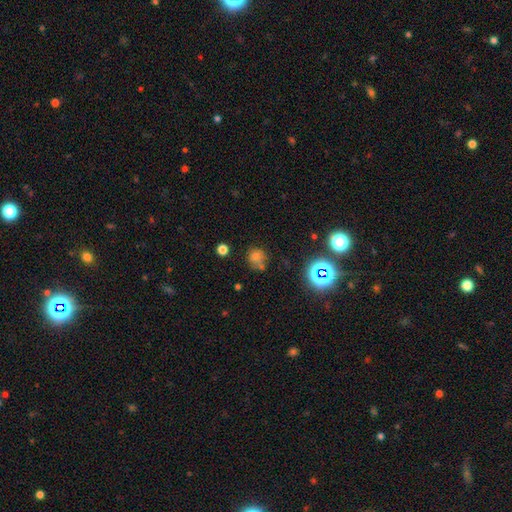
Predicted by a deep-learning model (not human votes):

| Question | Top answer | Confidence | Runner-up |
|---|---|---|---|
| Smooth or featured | smooth | 67% | star or artifact (23%) |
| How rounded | round | 80% | in between (19%) |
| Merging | none | 59% | minor disturbance (18%) |